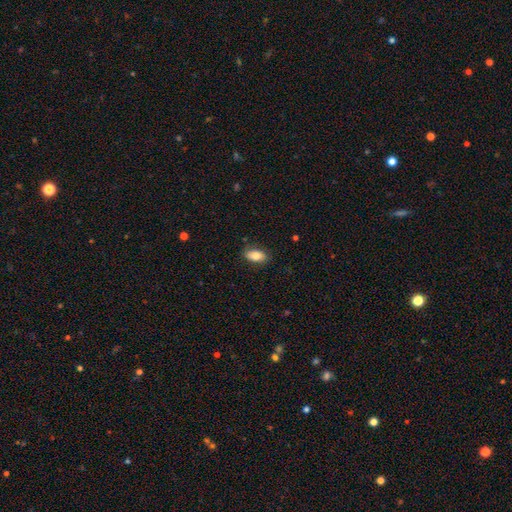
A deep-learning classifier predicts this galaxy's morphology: smooth 79%, featured or disk 14%, star or artifact 7%. Down the decision tree: how rounded — in between (91%); merging — none (84%).